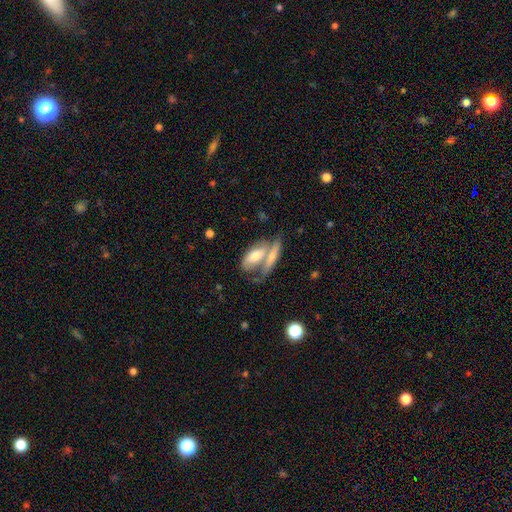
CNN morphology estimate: Smooth or featured? Predicted: smooth (p=0.62). How rounded? Predicted: in between (p=0.73). Merging? Predicted: merger (p=0.53).